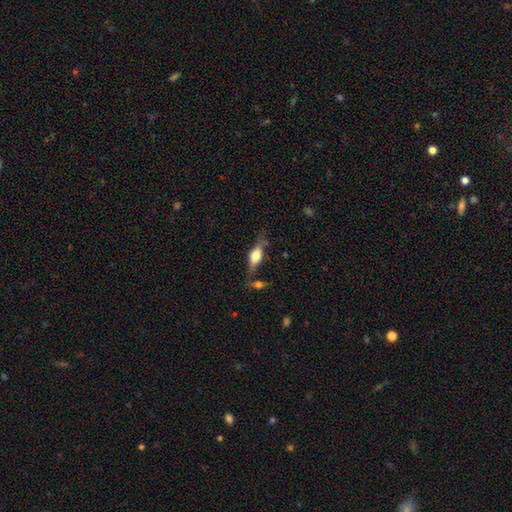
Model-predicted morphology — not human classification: The model was most divided on "smooth or featured": smooth: 50%, featured or disk: 43%, star or artifact: 8%. More confident: merging — none (59%).